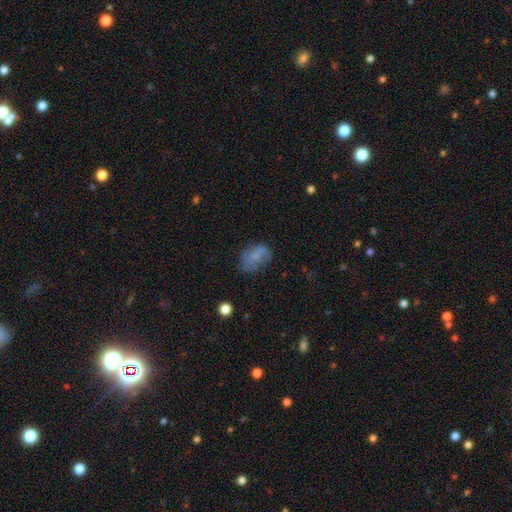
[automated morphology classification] Q: Smooth or featured?
A: smooth (60%); runner-up: featured or disk (28%)
Q: How rounded?
A: in between (81%); runner-up: round (17%)
Q: Merging?
A: none (46%); runner-up: minor disturbance (29%)